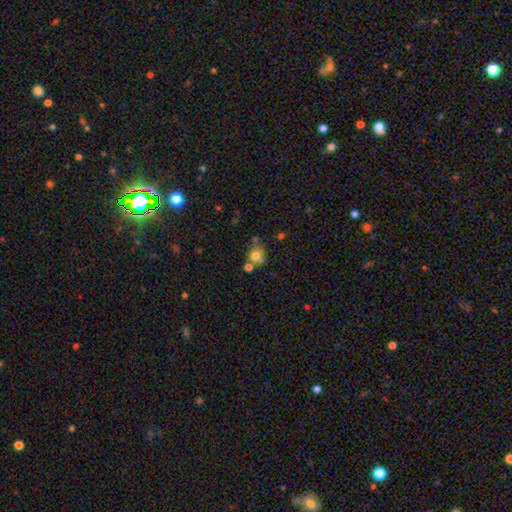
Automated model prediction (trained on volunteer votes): Smooth or featured? smooth (72%)
How rounded? round (74%)
Merging? none (52%)